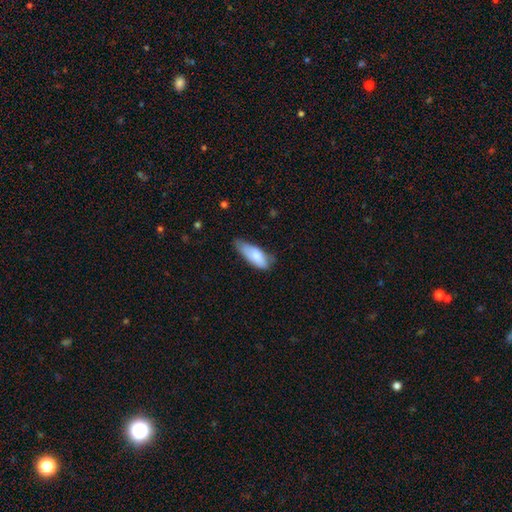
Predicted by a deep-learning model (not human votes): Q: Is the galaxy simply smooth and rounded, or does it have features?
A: smooth — 79%.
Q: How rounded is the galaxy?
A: in between — 74%.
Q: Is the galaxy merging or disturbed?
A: minor disturbance — 45%.